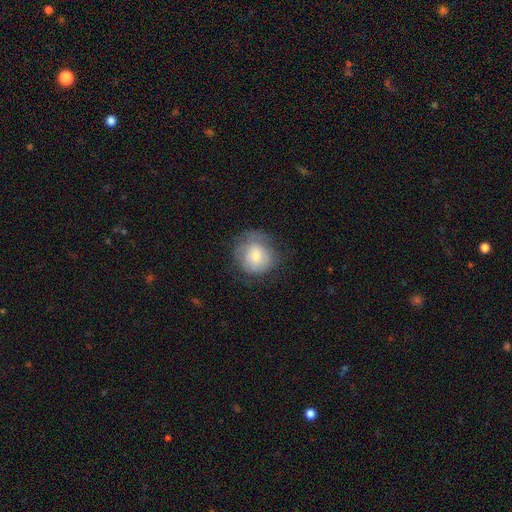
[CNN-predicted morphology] Smooth or featured?
  - smooth: 68% *
  - featured or disk: 24%
  - star or artifact: 8%
How rounded?
  - round: 85% *
  - in between: 14%
  - cigar-shaped: 1%
Merging?
  - none: 59% *
  - minor disturbance: 25%
  - major disturbance: 15%
  - merger: 1%